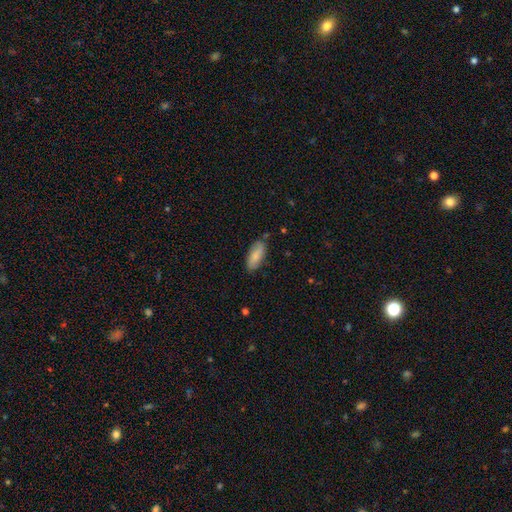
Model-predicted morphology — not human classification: This is likely a smooth galaxy (77%). How rounded: clearly in between (80%). Merging: likely none (79%).